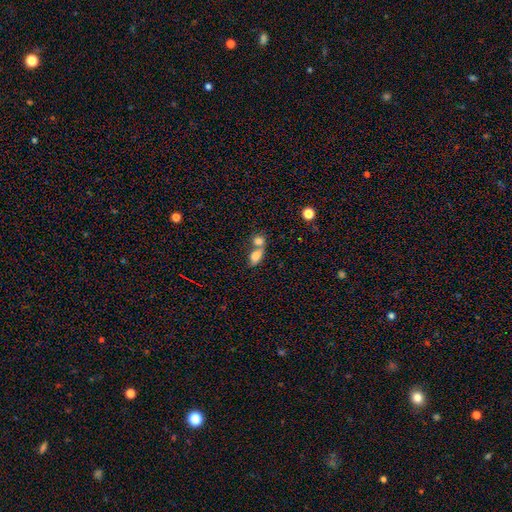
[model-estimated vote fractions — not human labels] A smooth galaxy with no disk features (79%) that is in between round and cigar-shaped (82%). Merging: merger (62%).